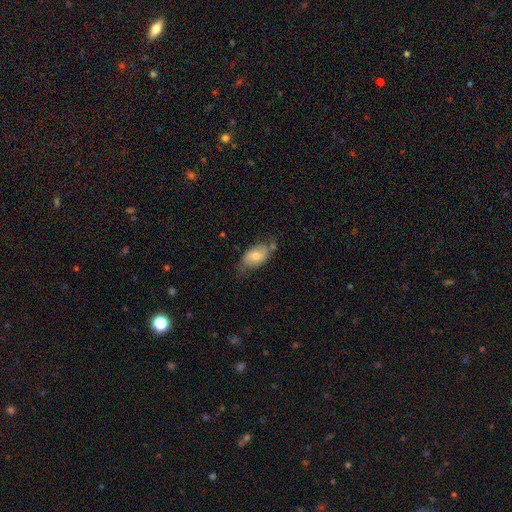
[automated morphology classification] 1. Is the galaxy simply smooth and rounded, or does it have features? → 49% smooth, 44% featured or disk, 7% star or artifact.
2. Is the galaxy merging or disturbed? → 54% none, 30% minor disturbance, 10% major disturbance, 6% merger.